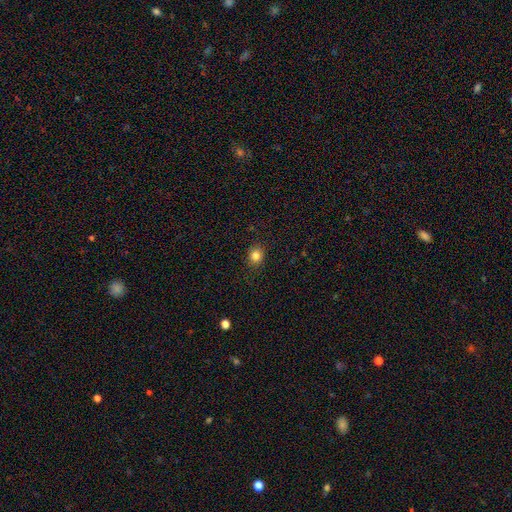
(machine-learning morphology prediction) Smooth or featured? Predicted: smooth (p=0.83). How rounded? Predicted: round (p=0.73). Merging? Predicted: none (p=0.89).